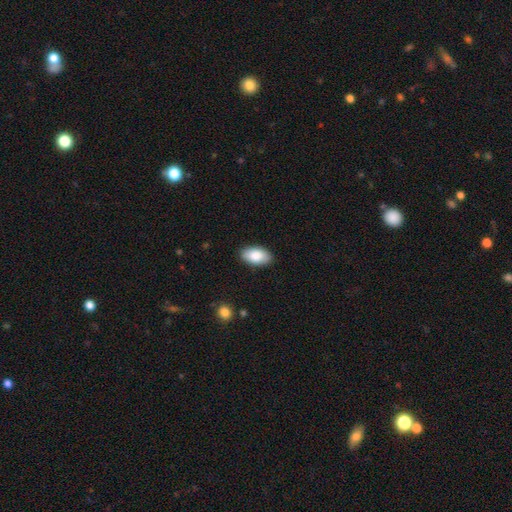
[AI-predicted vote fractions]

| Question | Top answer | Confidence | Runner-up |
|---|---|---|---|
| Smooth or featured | smooth | 87% | featured or disk (7%) |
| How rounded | in between | 94% | round (4%) |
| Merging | none | 87% | minor disturbance (9%) |